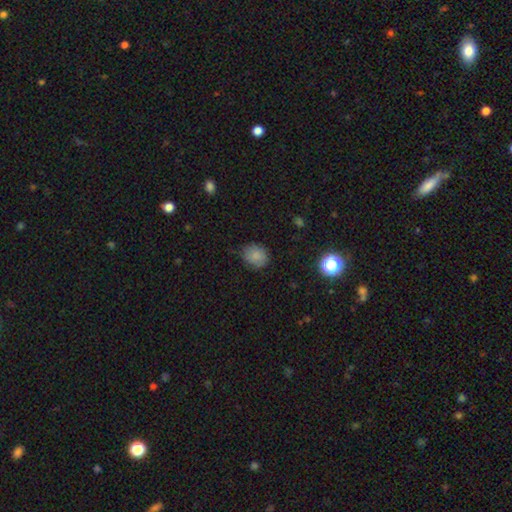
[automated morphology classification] A smooth galaxy with no disk features (83%) that is round (62%).

Vote fractions:
- Smooth or featured? smooth: 83% / star or artifact: 11% / featured or disk: 6%
- How rounded? round: 62% / in between: 37% / cigar-shaped: 1%
- Merging? none: 80% / minor disturbance: 16% / major disturbance: 3% / merger: 1%